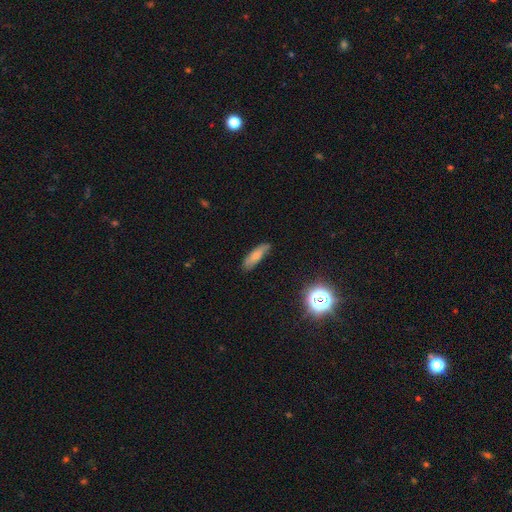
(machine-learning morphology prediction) Overall: smooth (72%). How rounded: cigar-shaped (51%; in between 47%). Merging: none (71%).